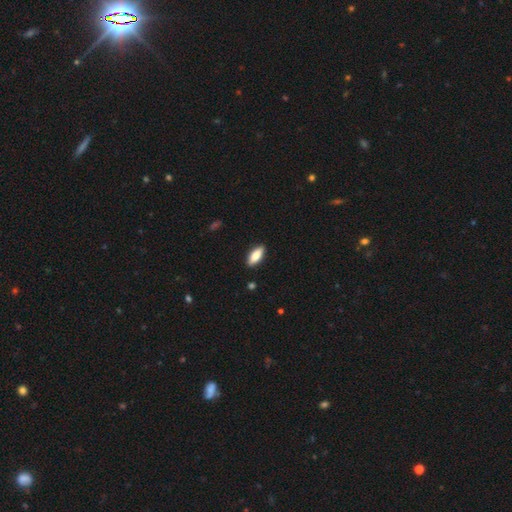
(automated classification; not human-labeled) smooth_or_featured: smooth (p=0.78) [alt: featured or disk p=0.16]
how_rounded: in between (p=0.74) [alt: cigar-shaped p=0.24]
merging: none (p=0.89) [alt: minor disturbance p=0.08]